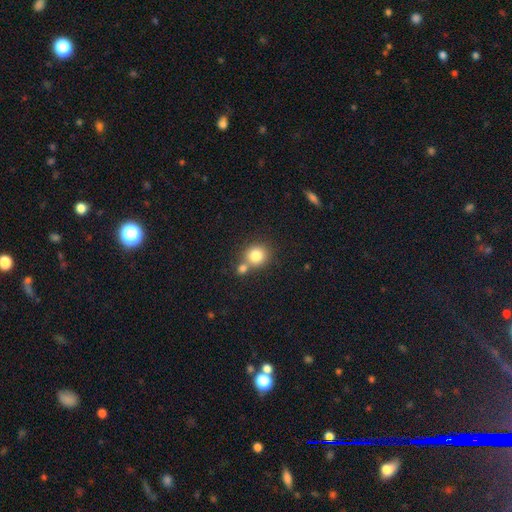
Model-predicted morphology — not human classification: Q: Smooth or featured?
A: smooth (81%); runner-up: star or artifact (11%)
Q: How rounded?
A: round (87%); runner-up: in between (12%)
Q: Merging?
A: none (53%); runner-up: merger (36%)